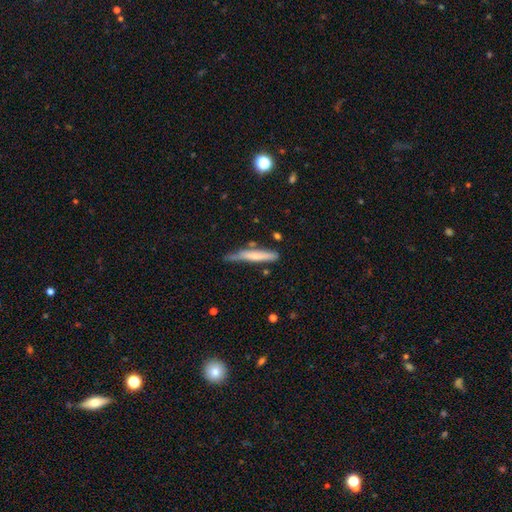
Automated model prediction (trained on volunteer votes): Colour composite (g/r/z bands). It shows a smooth galaxy with no disk features (62%) that is cigar-shaped (92%). Merging: none (59%).